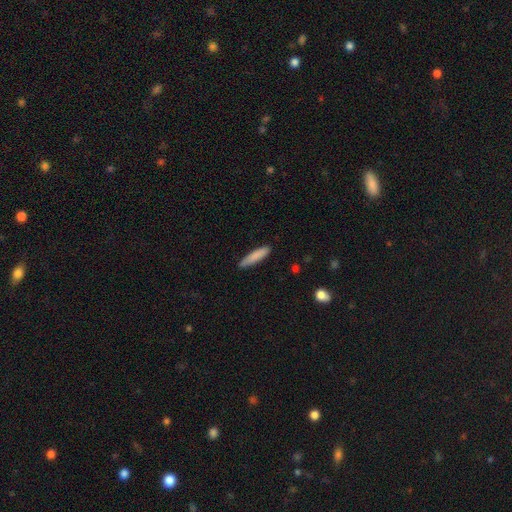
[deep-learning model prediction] Smooth or featured? smooth (84%)
How rounded? cigar-shaped (85%)
Merging? none (84%)